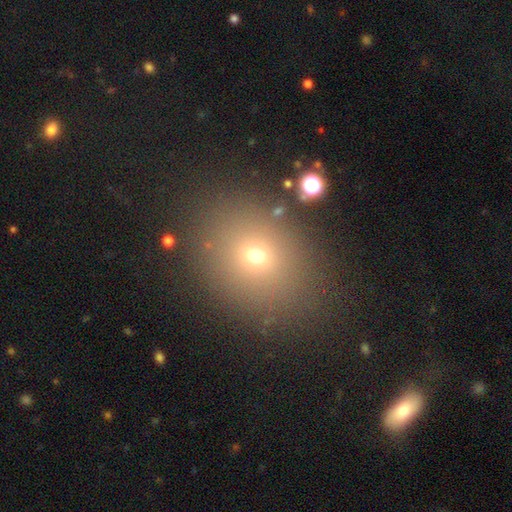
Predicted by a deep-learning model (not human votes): This appears to be a smooth galaxy with no disk features (67%) that is round (63%). Merging: none (81%).